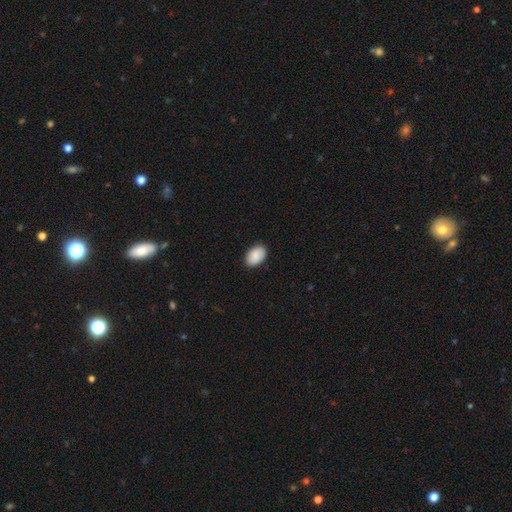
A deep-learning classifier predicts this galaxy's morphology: This appears to be a smooth galaxy with no disk features (90%) that is in between round and cigar-shaped (91%). Merging: none (89%).